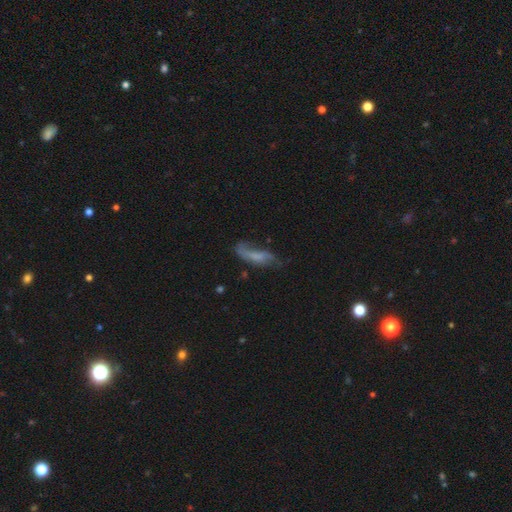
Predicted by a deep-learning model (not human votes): This is possibly a smooth galaxy (46%). Merging: marginally none (38%).